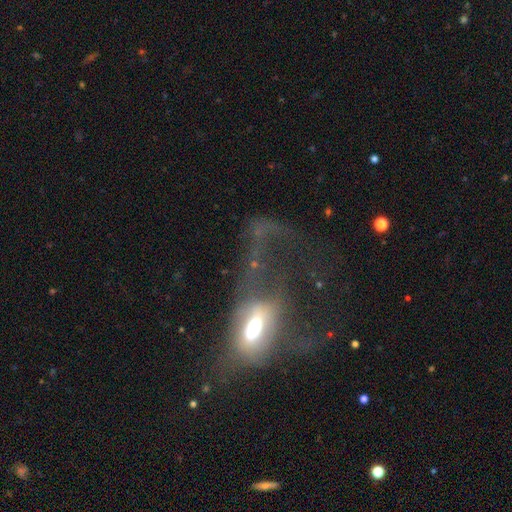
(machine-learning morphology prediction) smooth_or_featured: featured or disk (p=0.49) [alt: smooth p=0.34]
merging: major disturbance (p=0.66) [alt: none p=0.14]